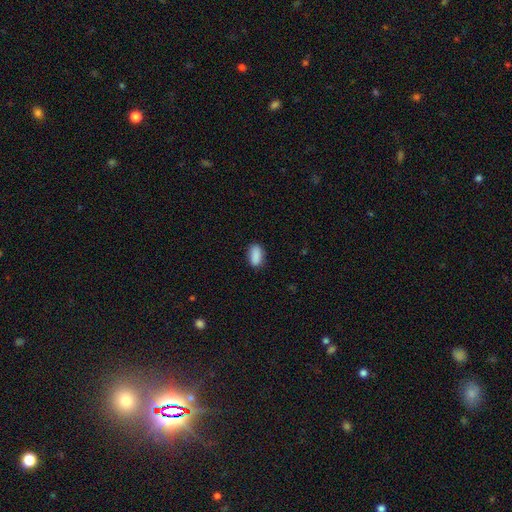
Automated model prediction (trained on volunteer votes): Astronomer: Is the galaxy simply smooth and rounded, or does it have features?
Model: smooth — 89%.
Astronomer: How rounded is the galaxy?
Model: in between — 90%.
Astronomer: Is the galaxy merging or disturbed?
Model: none — 82%.